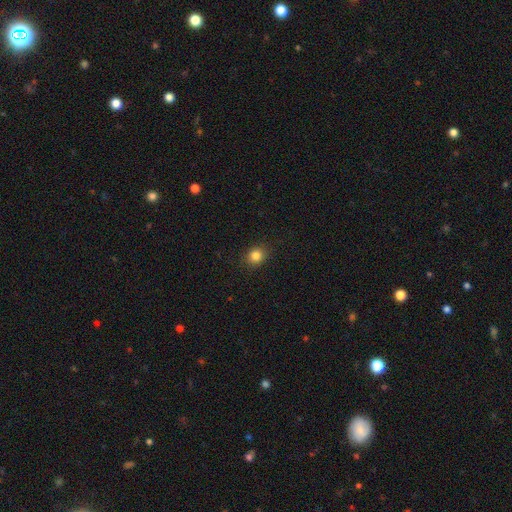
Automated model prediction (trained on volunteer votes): The model was most divided on "how rounded": round: 73%, in between: 26%, cigar-shaped: 1%. More confident: merging — none (89%); smooth or featured — smooth (83%).